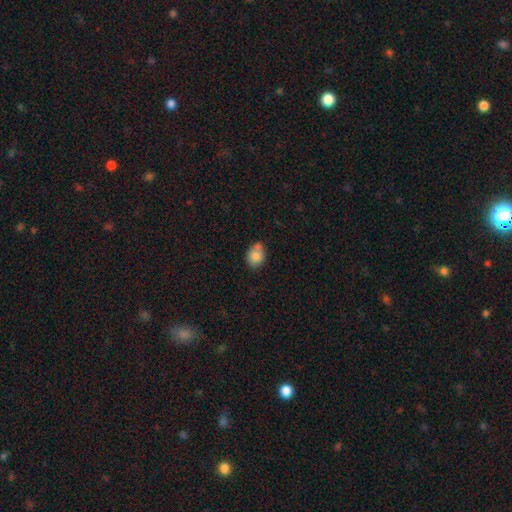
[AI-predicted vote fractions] Smooth or featured? smooth (81%)
How rounded? in between (53%)
Merging? none (51%)